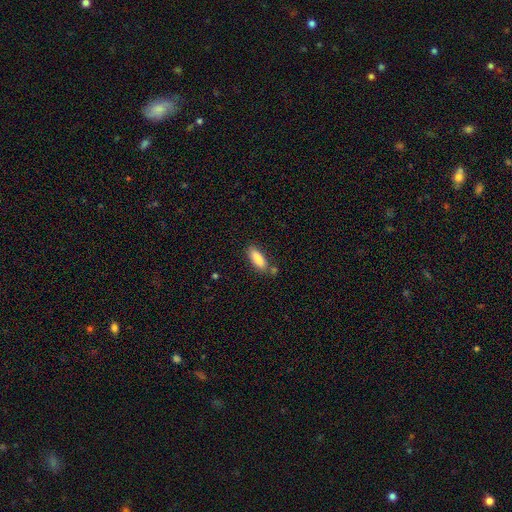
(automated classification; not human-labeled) Morphology: type=smooth (85%); roundness=in between (64%); merging=none (73%).